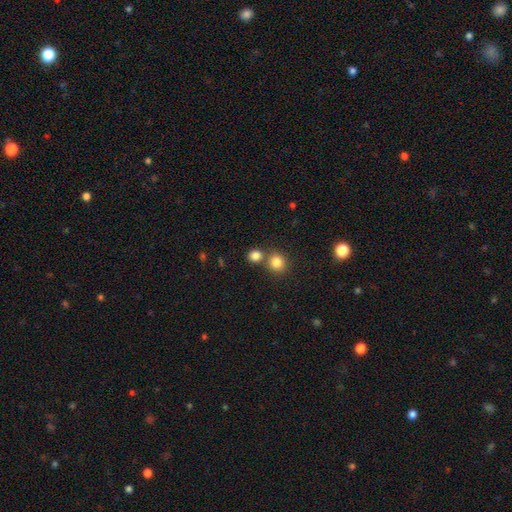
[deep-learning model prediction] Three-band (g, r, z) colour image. It shows a smooth galaxy with no disk features (82%) that is round (79%). Merging: none (60%).